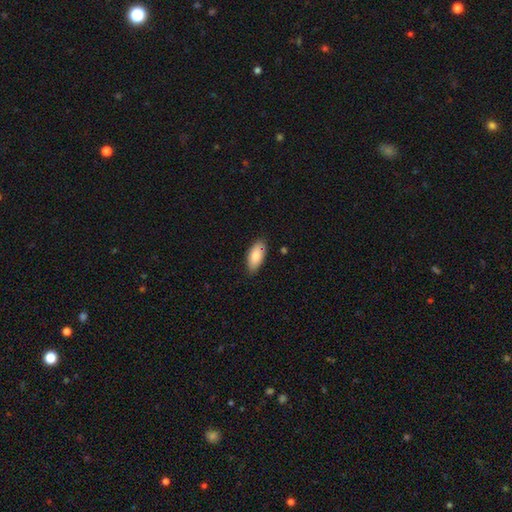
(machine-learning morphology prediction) Smooth or featured? smooth (83%)
How rounded? in between (89%)
Merging? none (82%)